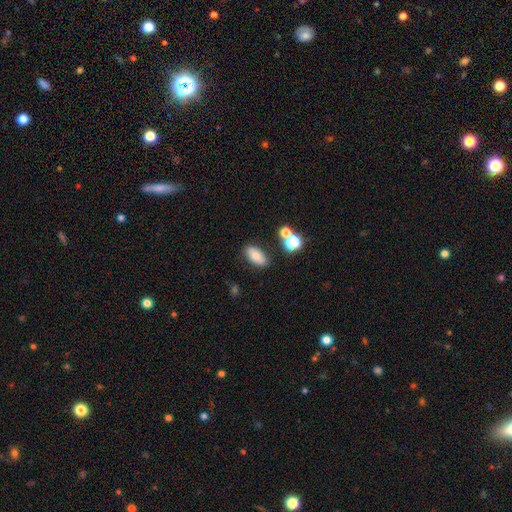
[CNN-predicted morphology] A smooth galaxy with no disk features (69%) that is in between round and cigar-shaped (87%). Merging: none (81%).